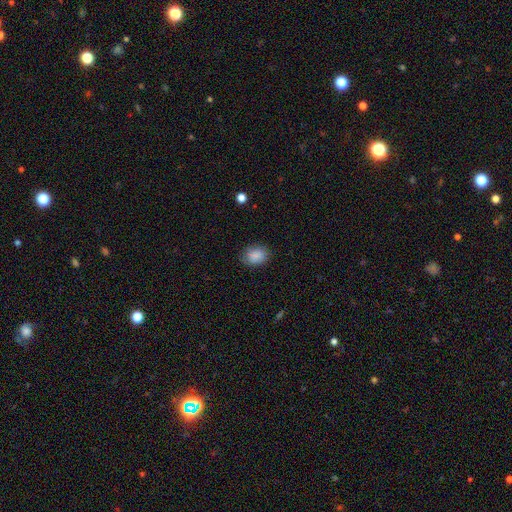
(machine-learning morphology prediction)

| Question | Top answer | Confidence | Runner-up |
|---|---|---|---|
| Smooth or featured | smooth | 87% | star or artifact (8%) |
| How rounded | in between | 70% | round (29%) |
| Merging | none | 79% | minor disturbance (16%) |